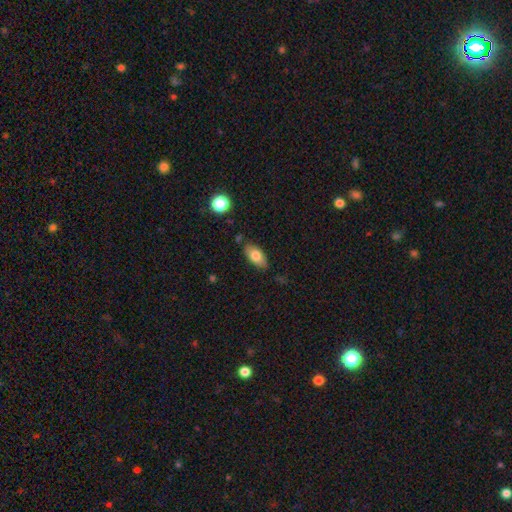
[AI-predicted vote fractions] Smooth or featured? Predicted: smooth (p=0.77). How rounded? Predicted: in between (p=0.90). Merging? Predicted: none (p=0.79).